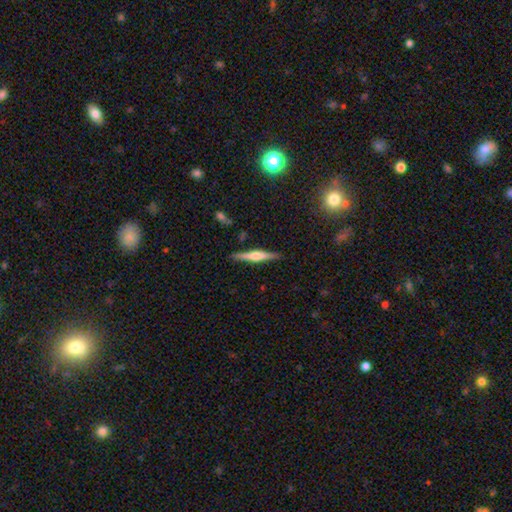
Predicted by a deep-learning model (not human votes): A featured or disk galaxy (61%) viewed edge-on (98%) with a rounded central bulge (75%).

Vote fractions:
- Smooth or featured? featured or disk: 61% / smooth: 32% / star or artifact: 6%
- Edge-on disk? yes: 98% / no: 2%
- Edge-on bulge? rounded: 75% / boxy: 17% / none: 8%
- Merging? none: 89% / minor disturbance: 8% / major disturbance: 2% / merger: 1%